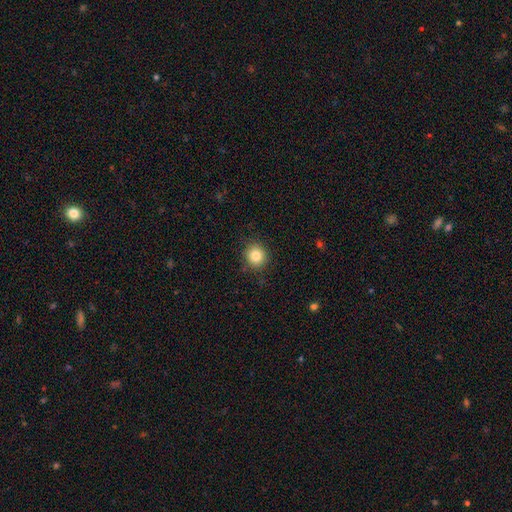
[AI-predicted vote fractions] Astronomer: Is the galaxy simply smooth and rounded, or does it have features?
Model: smooth — 83%.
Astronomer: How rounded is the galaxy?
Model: round — 89%.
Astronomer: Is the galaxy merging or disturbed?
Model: none — 88%.